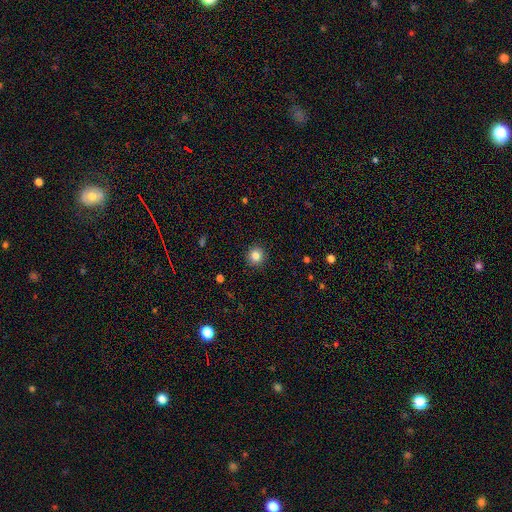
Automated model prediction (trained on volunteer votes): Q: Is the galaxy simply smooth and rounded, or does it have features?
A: smooth — 83%.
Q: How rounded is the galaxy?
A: round — 92%.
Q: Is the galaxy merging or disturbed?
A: none — 92%.